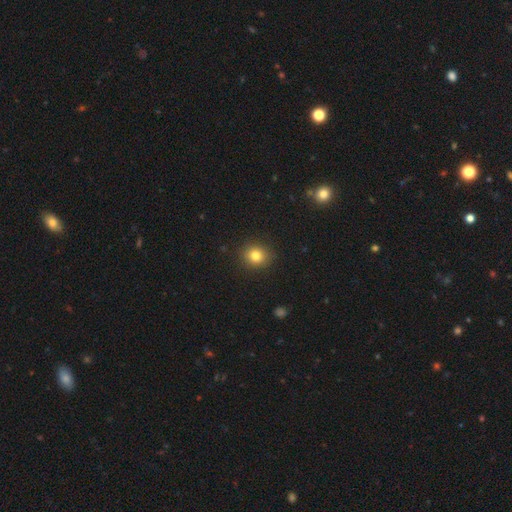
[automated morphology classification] A smooth galaxy with no disk features (82%) that is round (79%).

Vote fractions:
- Smooth or featured? smooth: 82% / star or artifact: 12% / featured or disk: 7%
- How rounded? round: 79% / in between: 20% / cigar-shaped: 1%
- Merging? none: 90% / minor disturbance: 7% / major disturbance: 2% / merger: 1%